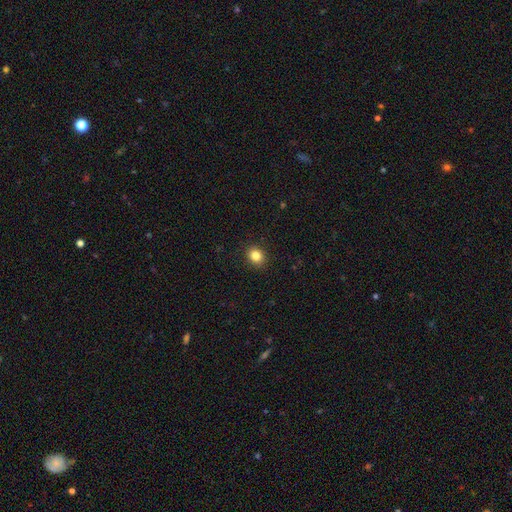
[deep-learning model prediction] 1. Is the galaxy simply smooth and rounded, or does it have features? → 84% smooth, 11% star or artifact, 5% featured or disk.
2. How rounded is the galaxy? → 72% round, 27% in between, 1% cigar-shaped.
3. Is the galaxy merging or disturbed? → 91% none, 6% minor disturbance, 2% major disturbance, 1% merger.